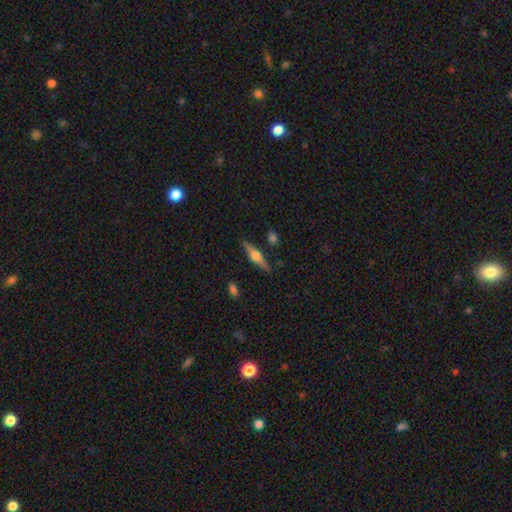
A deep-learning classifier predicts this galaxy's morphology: Smooth or featured: featured or disk — 67% (smooth — 27%)
Edge-on disk: yes — 97% (no — 3%)
Edge-on bulge: rounded — 91% (boxy — 7%)
Merging: none — 87% (minor disturbance — 8%)